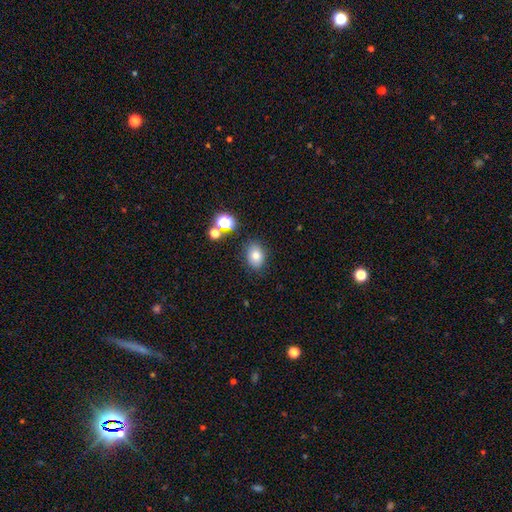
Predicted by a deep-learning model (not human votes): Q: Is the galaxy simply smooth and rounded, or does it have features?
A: smooth — 78%.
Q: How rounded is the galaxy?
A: in between — 70%.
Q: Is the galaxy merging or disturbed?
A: none — 83%.